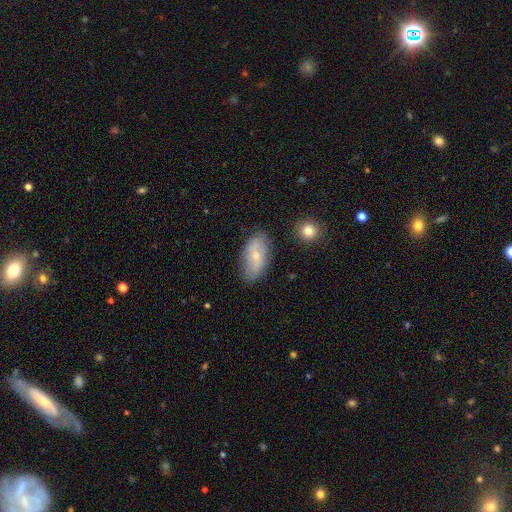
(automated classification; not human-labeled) Smooth or featured? smooth (53%)
How rounded? in between (91%)
Merging? none (74%)